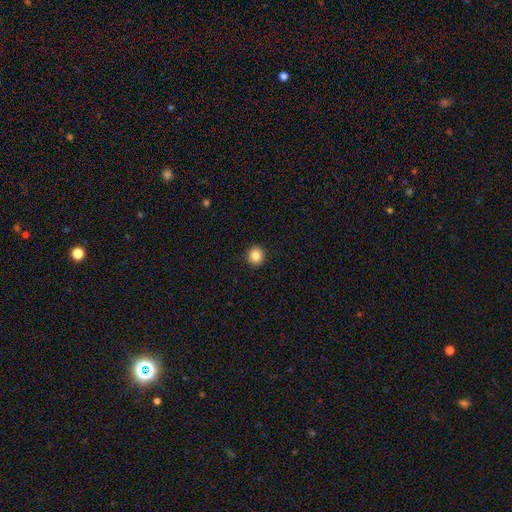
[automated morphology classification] Overall: smooth (84%). How rounded: round (92%). Merging: none (93%).